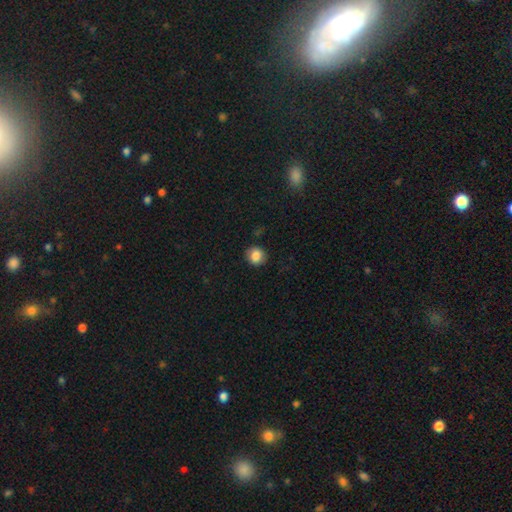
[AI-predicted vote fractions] smooth 85%, star or artifact 9%, featured or disk 6%. Down the decision tree: how rounded — round (82%); merging — none (86%).